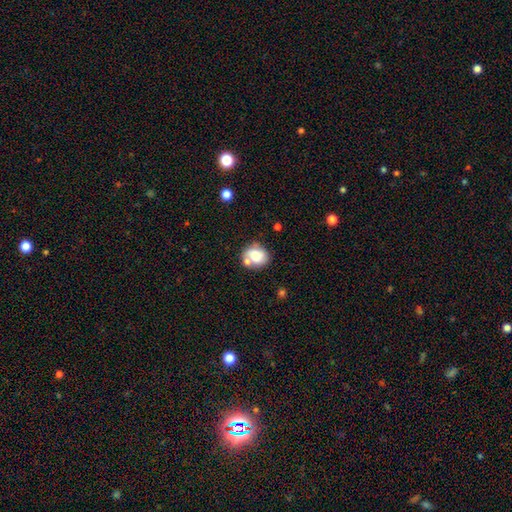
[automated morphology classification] Smooth or featured? smooth (74%)
How rounded? round (64%)
Merging? none (52%)